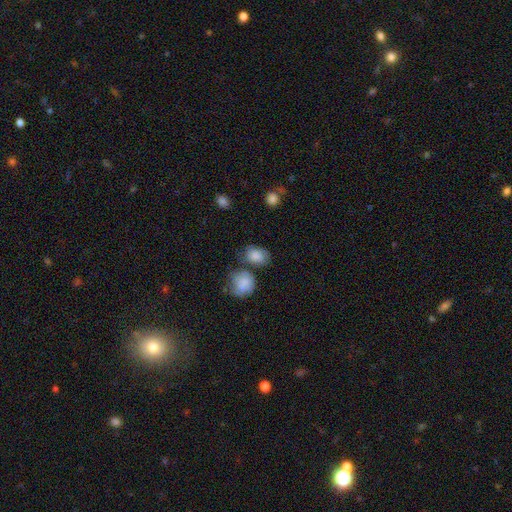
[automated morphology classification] Q: Smooth or featured?
A: smooth (77%); runner-up: featured or disk (14%)
Q: How rounded?
A: in between (72%); runner-up: round (27%)
Q: Merging?
A: none (52%); runner-up: minor disturbance (21%)